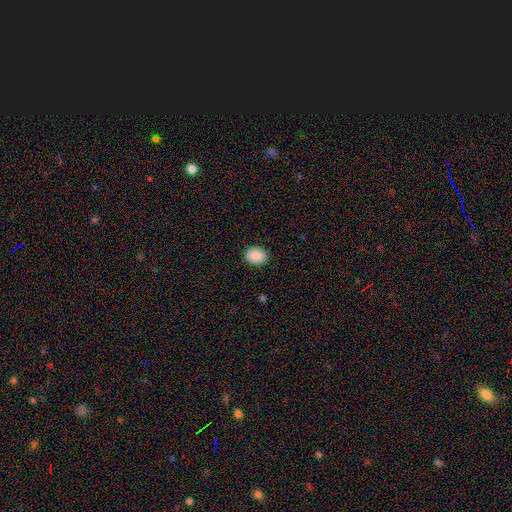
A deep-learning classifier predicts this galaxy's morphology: Smooth or featured? Predicted: smooth (p=0.89). How rounded? Predicted: in between (p=0.55). Merging? Predicted: none (p=0.89).